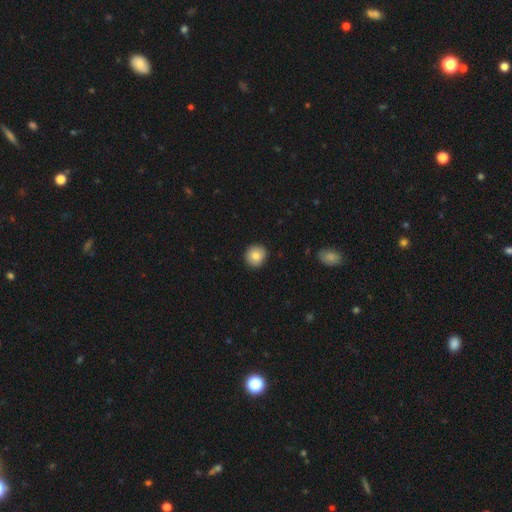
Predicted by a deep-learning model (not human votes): Q: Smooth or featured?
A: smooth (82%); runner-up: featured or disk (10%)
Q: How rounded?
A: round (91%); runner-up: in between (8%)
Q: Merging?
A: none (91%); runner-up: minor disturbance (7%)